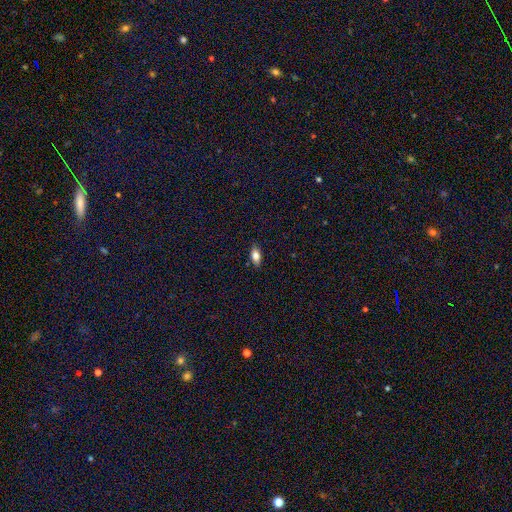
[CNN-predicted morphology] A smooth galaxy with no disk features (74%) that is in between round and cigar-shaped (84%). Merging: none (88%).